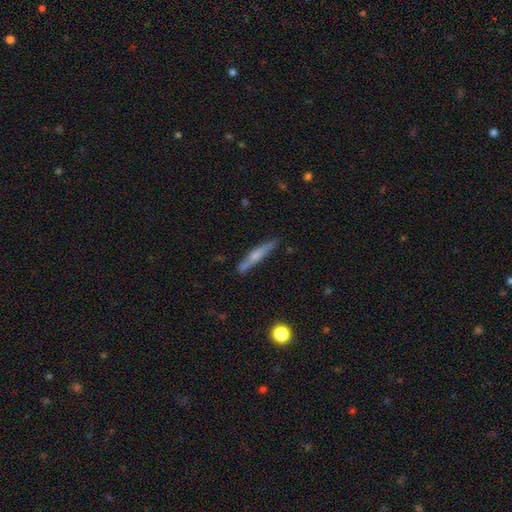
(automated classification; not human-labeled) smooth_or_featured: featured or disk (p=0.49) [alt: smooth p=0.44]
merging: none (p=0.78) [alt: minor disturbance p=0.15]